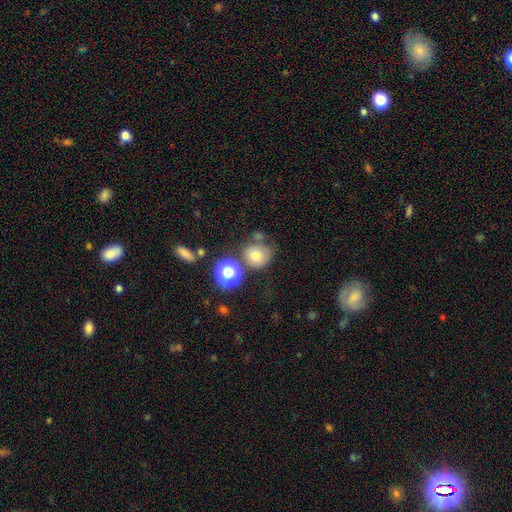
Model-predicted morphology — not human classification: Smooth or featured? Predicted: smooth (p=0.72). How rounded? Predicted: round (p=0.81). Merging? Predicted: none (p=0.61).